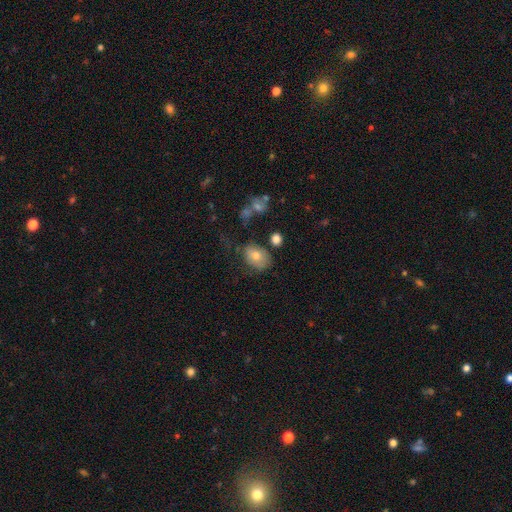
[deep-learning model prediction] smooth 73%, featured or disk 17%, star or artifact 9%. Down the decision tree: how rounded — in between (71%); merging — none (63%).